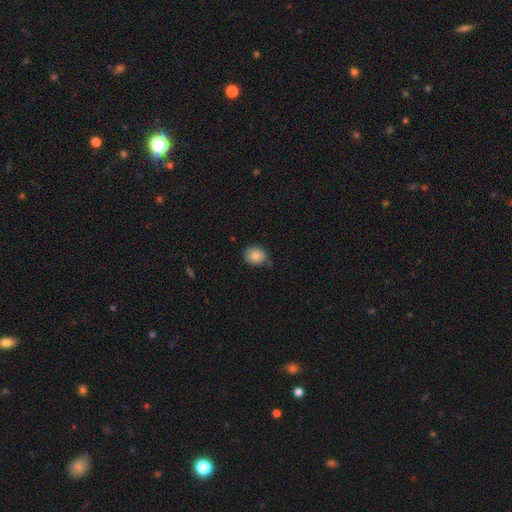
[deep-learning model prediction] A smooth galaxy with no disk features (86%) that is round (71%). Merging: none (75%).